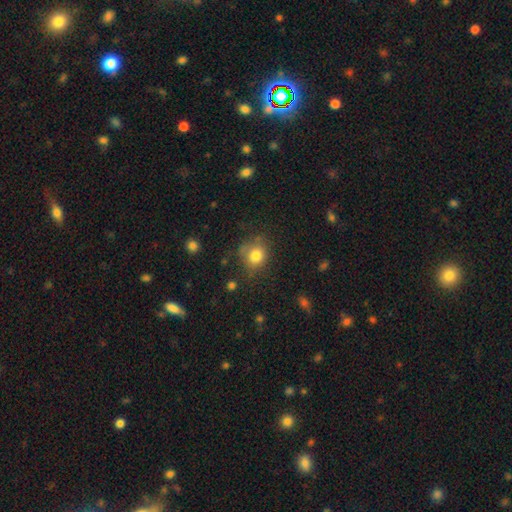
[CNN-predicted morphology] Smooth or featured?
  - smooth: 80% *
  - star or artifact: 11%
  - featured or disk: 9%
How rounded?
  - round: 76% *
  - in between: 23%
  - cigar-shaped: 1%
Merging?
  - none: 66% *
  - minor disturbance: 23%
  - major disturbance: 8%
  - merger: 3%